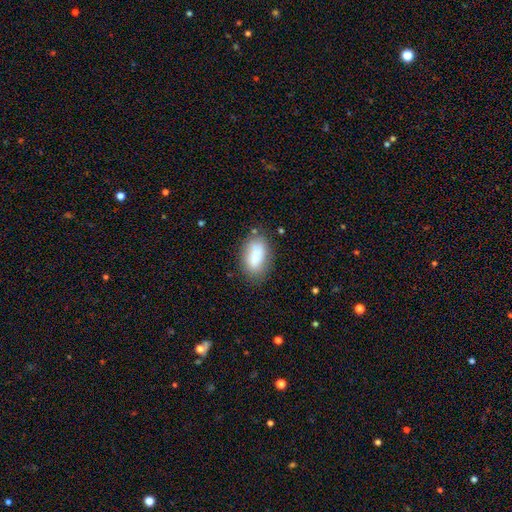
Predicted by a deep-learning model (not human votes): Smooth or featured? Predicted: smooth (p=0.79). How rounded? Predicted: in between (p=0.91). Merging? Predicted: none (p=0.70).